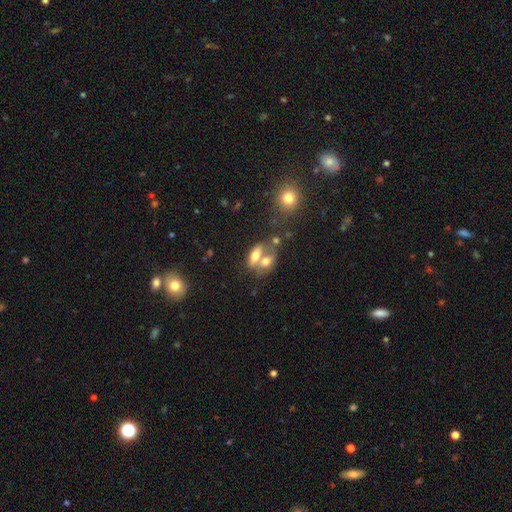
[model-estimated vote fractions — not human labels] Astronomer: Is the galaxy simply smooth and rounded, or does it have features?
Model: smooth — 65%.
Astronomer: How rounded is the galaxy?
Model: in between — 81%.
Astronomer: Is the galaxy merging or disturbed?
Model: merger — 61%.